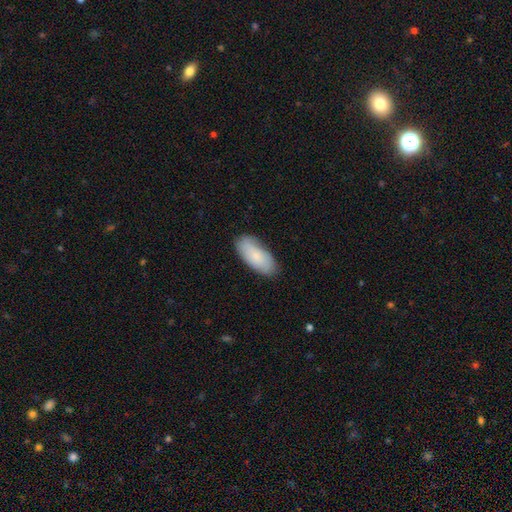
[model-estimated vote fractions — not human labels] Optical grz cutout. It shows a smooth galaxy with no disk features (79%) that is in between round and cigar-shaped (88%). Merging: none (82%).